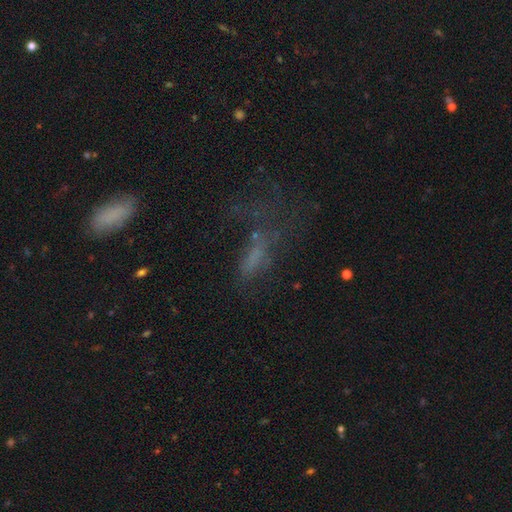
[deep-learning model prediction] A smooth galaxy with no disk features (43%).

Vote fractions:
- Smooth or featured? smooth: 43% / star or artifact: 29% / featured or disk: 28%
- Merging? major disturbance: 39% / none: 35% / minor disturbance: 18% / merger: 9%